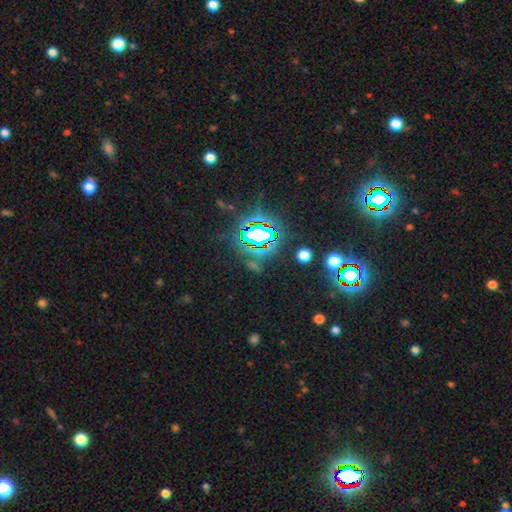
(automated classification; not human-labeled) The model was most divided on "smooth or featured": star or artifact: 84%, smooth: 10%, featured or disk: 7%.